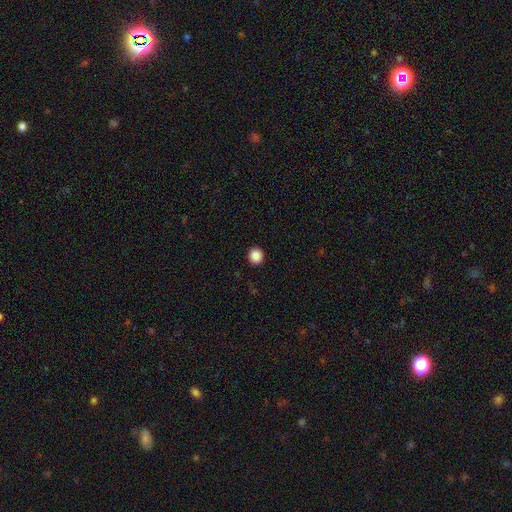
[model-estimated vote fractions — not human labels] Smooth or featured: smooth — 88% (star or artifact — 10%)
How rounded: round — 90% (in between — 9%)
Merging: none — 93% (minor disturbance — 5%)